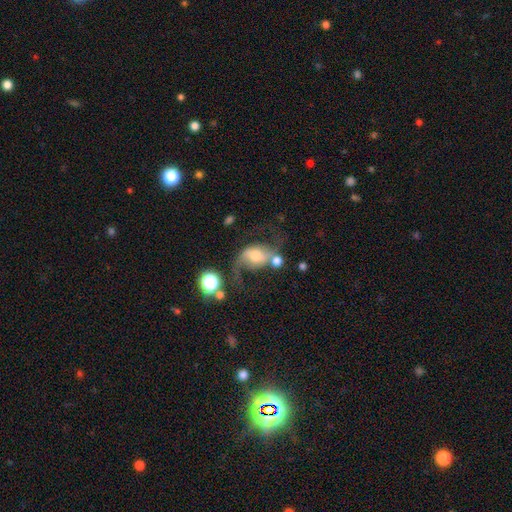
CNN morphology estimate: Q: Smooth or featured?
A: featured or disk (67%); runner-up: smooth (22%)
Q: Edge-on disk?
A: no (96%); runner-up: yes (4%)
Q: Bar?
A: no (45%); runner-up: weak (37%)
Q: Spiral arms?
A: yes (89%); runner-up: no (11%)
Q: Spiral winding?
A: loose (75%); runner-up: medium (21%)
Q: Spiral arm count?
A: 2 (85%); runner-up: 1 (9%)
Q: Bulge size?
A: moderate (59%); runner-up: small (21%)
Q: Merging?
A: none (44%); runner-up: major disturbance (22%)